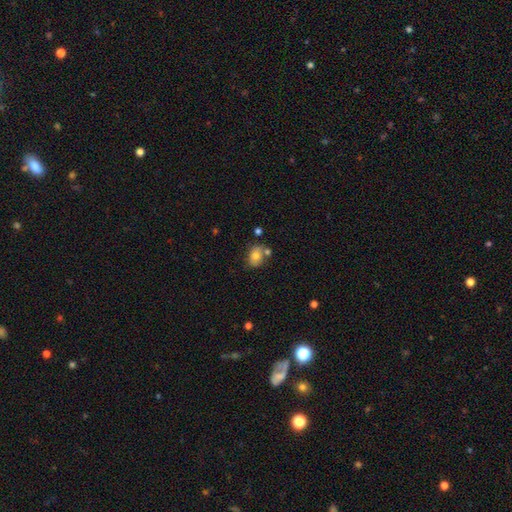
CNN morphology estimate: This appears to be a smooth galaxy with no disk features (74%) that is in between round and cigar-shaped (66%). Merging: none (58%).